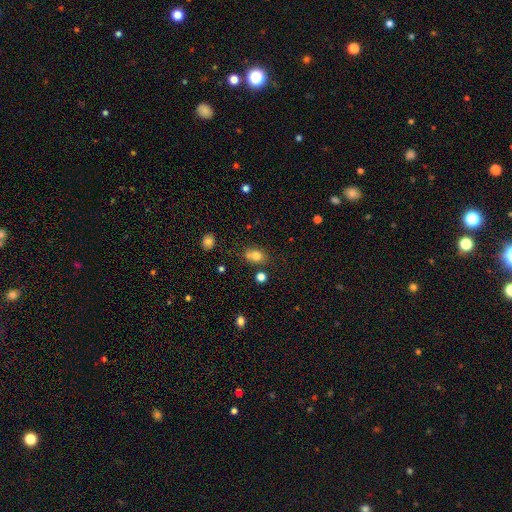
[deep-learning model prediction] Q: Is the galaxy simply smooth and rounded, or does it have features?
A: smooth — 76%.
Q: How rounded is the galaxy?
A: in between — 53%.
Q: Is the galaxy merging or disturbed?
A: none — 55%.